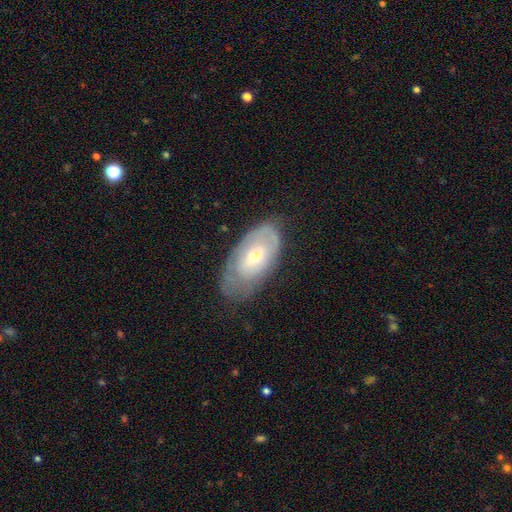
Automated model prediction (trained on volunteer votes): Morphology: type=featured or disk (53%); edge-on=no (89%); merging=none (58%).